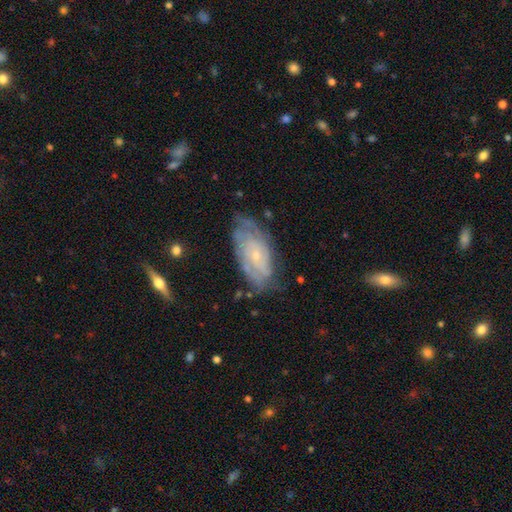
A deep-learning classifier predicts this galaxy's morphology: featured or disk 75%, smooth 18%, star or artifact 7%. Down the decision tree: edge-on disk — no (93%); bar — no (75%); spiral arms — yes (87%); spiral arm count — can't tell (52%); spiral winding — tight (68%); bulge size — small (78%); merging — none (64%).